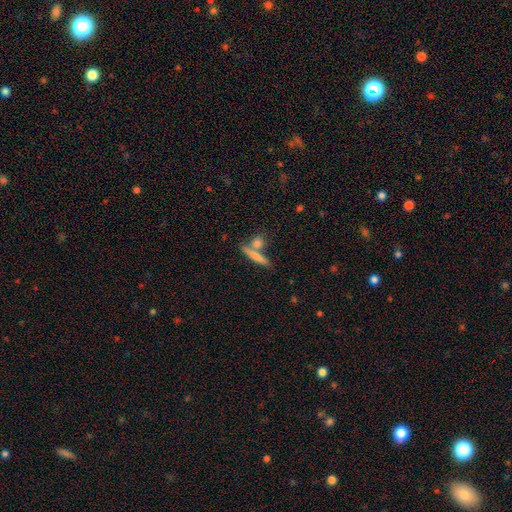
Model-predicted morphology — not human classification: The model was most divided on "merging": none: 63%, merger: 24%, minor disturbance: 9%, major disturbance: 3%. More confident: how rounded — cigar-shaped (78%); smooth or featured — smooth (71%).